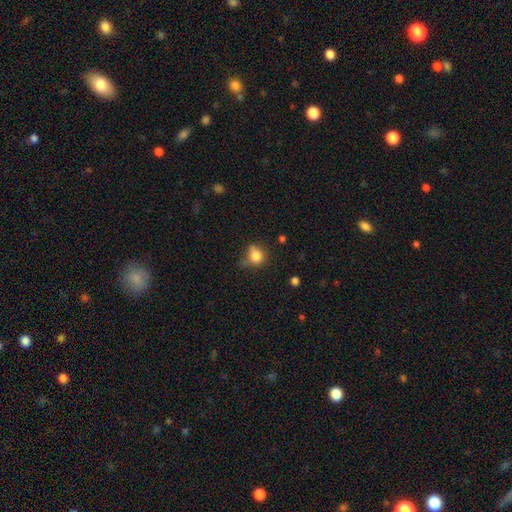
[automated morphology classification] Smooth or featured? Predicted: smooth (p=0.80). How rounded? Predicted: round (p=0.71). Merging? Predicted: none (p=0.49).